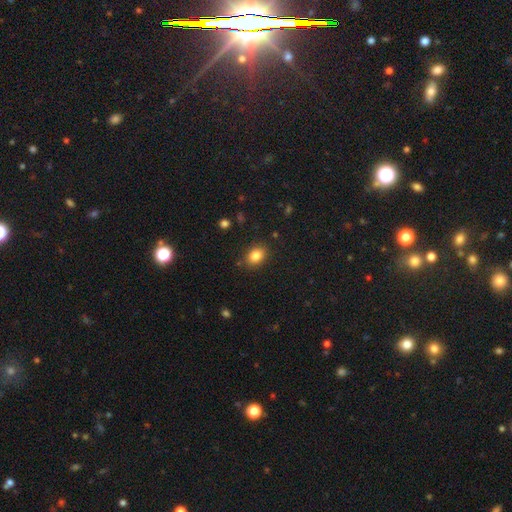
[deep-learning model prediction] Q: Smooth or featured?
A: smooth (84%); runner-up: star or artifact (10%)
Q: How rounded?
A: in between (65%); runner-up: round (34%)
Q: Merging?
A: none (85%); runner-up: minor disturbance (11%)